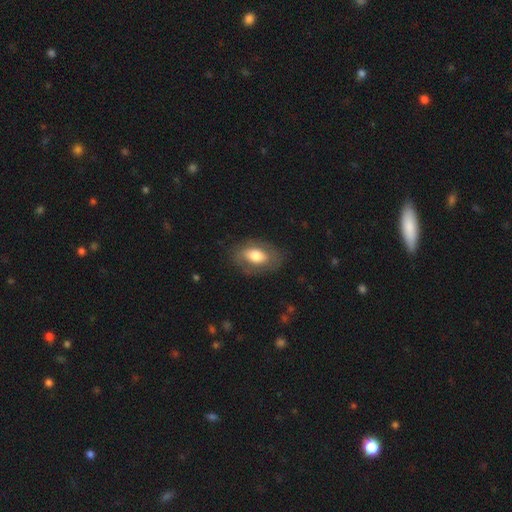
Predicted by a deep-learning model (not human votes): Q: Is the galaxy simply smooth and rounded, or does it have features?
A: smooth — 62%.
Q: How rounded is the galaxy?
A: in between — 88%.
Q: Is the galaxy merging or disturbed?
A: none — 76%.